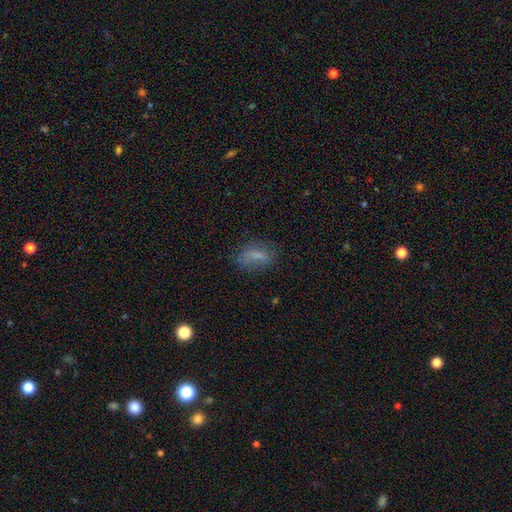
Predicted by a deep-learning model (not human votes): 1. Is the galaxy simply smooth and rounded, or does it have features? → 68% smooth, 19% featured or disk, 13% star or artifact.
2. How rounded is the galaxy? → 75% in between, 16% cigar-shaped, 9% round.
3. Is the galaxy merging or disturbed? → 64% none, 22% minor disturbance, 12% major disturbance, 2% merger.